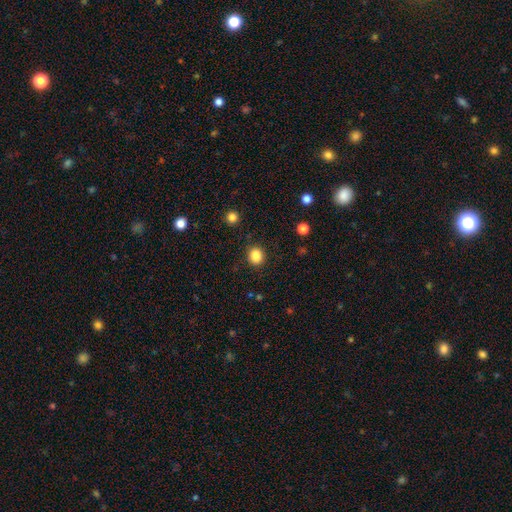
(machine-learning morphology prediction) Smooth or featured: smooth — 86% (star or artifact — 10%)
How rounded: round — 74% (in between — 25%)
Merging: none — 89% (minor disturbance — 7%)